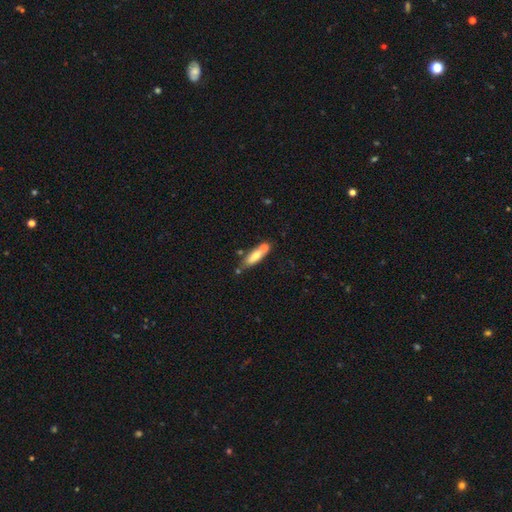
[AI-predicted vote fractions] A smooth galaxy with no disk features (68%) that is cigar-shaped (54%). Merging: none (55%).